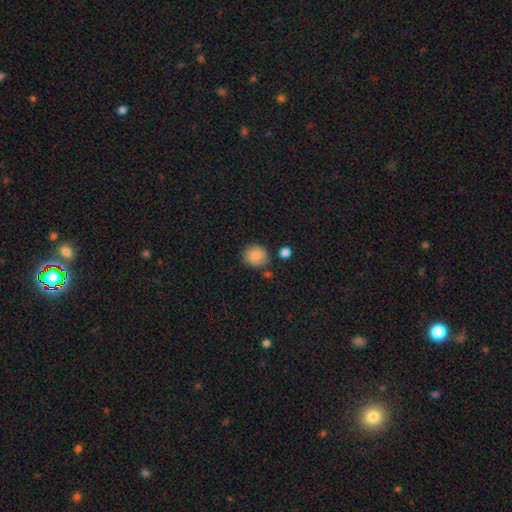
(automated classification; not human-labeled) Smooth or featured? smooth (87%)
How rounded? round (83%)
Merging? none (78%)